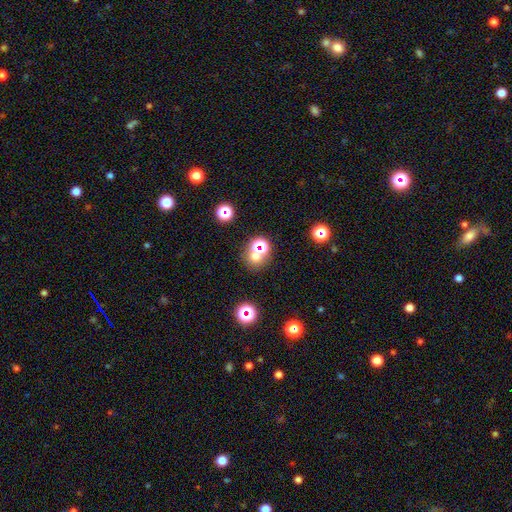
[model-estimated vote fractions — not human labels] This is possibly a smooth galaxy (52%). How rounded: clearly round (81%). Merging: likely none (64%).